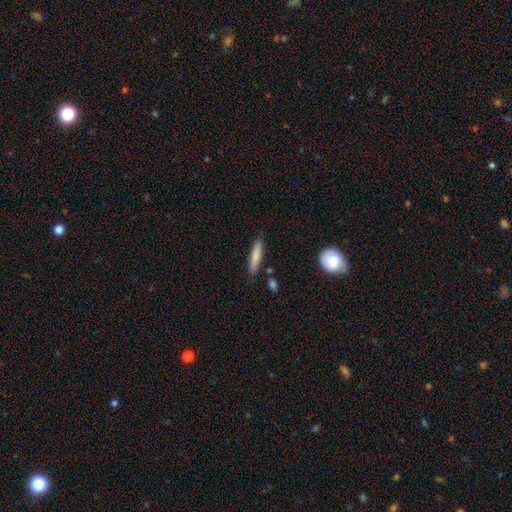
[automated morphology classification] This is likely a smooth galaxy (79%). How rounded: clearly cigar-shaped (86%). Merging: clearly none (83%).